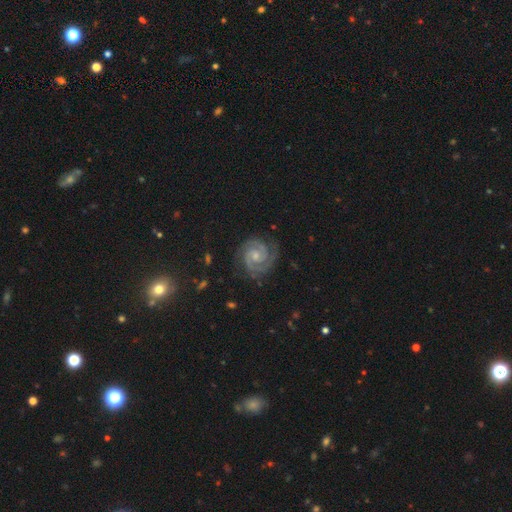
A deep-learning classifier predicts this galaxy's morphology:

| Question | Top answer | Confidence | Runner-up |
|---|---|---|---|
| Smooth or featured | featured or disk | 92% | star or artifact (4%) |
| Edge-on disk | no | 98% | yes (2%) |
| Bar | no | 58% | weak (34%) |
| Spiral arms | yes | 99% | no (1%) |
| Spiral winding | tight | 71% | medium (26%) |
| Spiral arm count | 2 | 85% | 3 (8%) |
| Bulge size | small | 52% | moderate (35%) |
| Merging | none | 80% | minor disturbance (15%) |